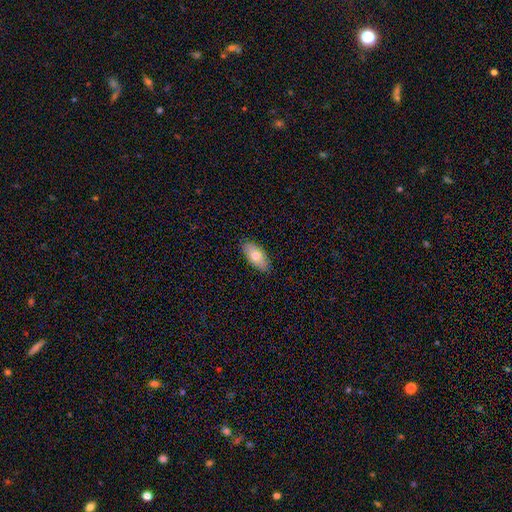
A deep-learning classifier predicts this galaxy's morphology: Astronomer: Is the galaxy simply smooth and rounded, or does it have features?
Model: smooth — 74%.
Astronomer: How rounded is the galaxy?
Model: in between — 90%.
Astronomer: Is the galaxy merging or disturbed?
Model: none — 88%.